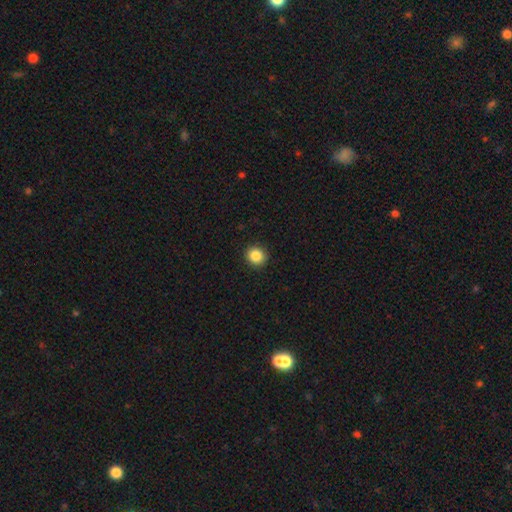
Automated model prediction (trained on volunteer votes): Smooth or featured? smooth (86%)
How rounded? round (89%)
Merging? none (92%)